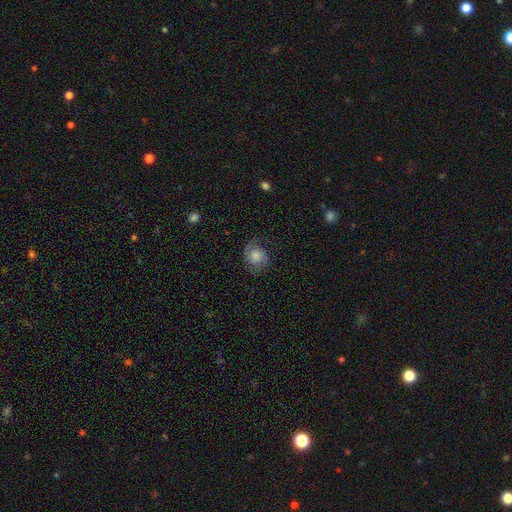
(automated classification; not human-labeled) A featured or disk galaxy (53%) with no bar (72%), spiral arms (90%) and a moderate central bulge (44%). Merging: none (66%).